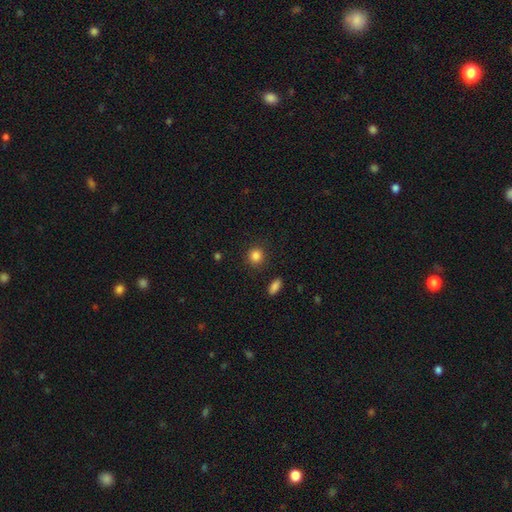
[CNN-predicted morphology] The model was most divided on "smooth or featured": smooth: 86%, star or artifact: 10%, featured or disk: 4%. More confident: merging — none (89%); how rounded — round (88%).